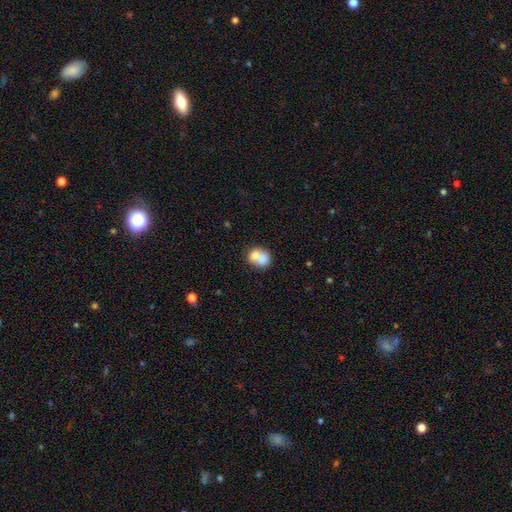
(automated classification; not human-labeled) smooth-or-featured: smooth: 73% | featured or disk: 19% | star or artifact: 9%
  how-rounded: round: 61% | in between: 38% | cigar-shaped: 1%
  merging: merger: 57% | none: 29% | minor disturbance: 10% | major disturbance: 4%